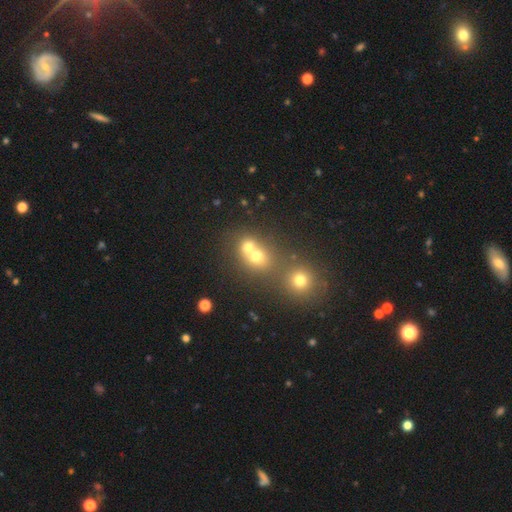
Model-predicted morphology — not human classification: Smooth or featured? Predicted: smooth (p=0.69). How rounded? Predicted: round (p=0.77). Merging? Predicted: merger (p=0.55).